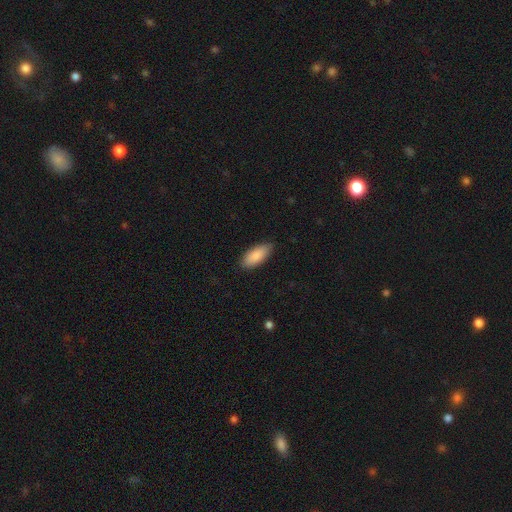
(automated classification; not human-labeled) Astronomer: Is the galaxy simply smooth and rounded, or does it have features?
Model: smooth — 88%.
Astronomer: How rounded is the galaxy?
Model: in between — 86%.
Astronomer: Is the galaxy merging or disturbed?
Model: none — 85%.